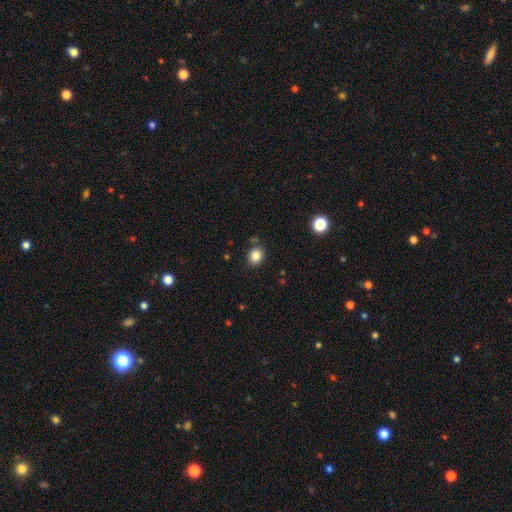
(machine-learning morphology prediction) Q: Smooth or featured?
A: smooth (84%); runner-up: star or artifact (10%)
Q: How rounded?
A: round (59%); runner-up: in between (40%)
Q: Merging?
A: none (81%); runner-up: minor disturbance (12%)